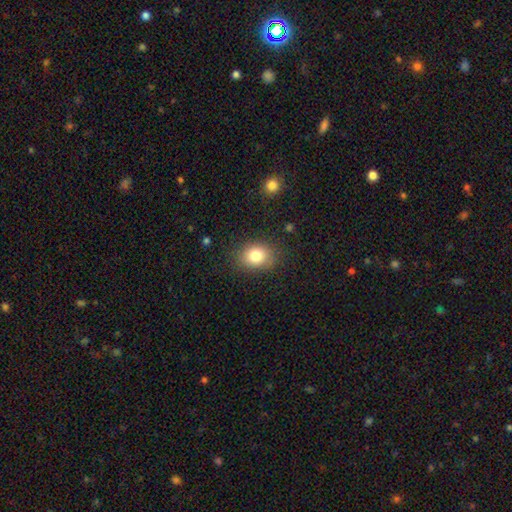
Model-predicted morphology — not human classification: smooth 80%, star or artifact 11%, featured or disk 9%. Down the decision tree: how rounded — in between (58%); merging — none (84%).